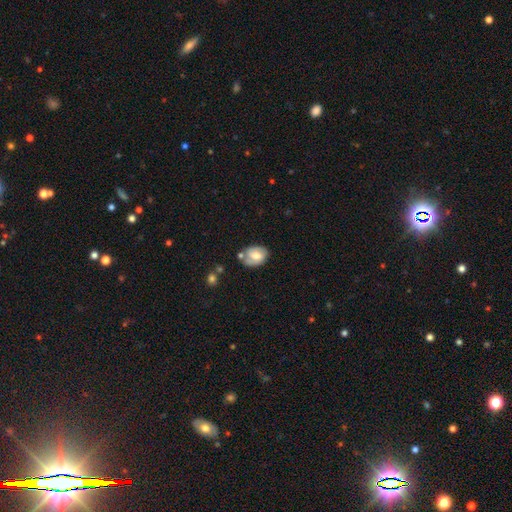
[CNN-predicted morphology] A smooth galaxy with no disk features (53%) that is in between round and cigar-shaped (70%).

Vote fractions:
- Smooth or featured? smooth: 53% / featured or disk: 39% / star or artifact: 8%
- How rounded? in between: 70% / round: 29% / cigar-shaped: 1%
- Merging? none: 55% / minor disturbance: 26% / merger: 12% / major disturbance: 7%